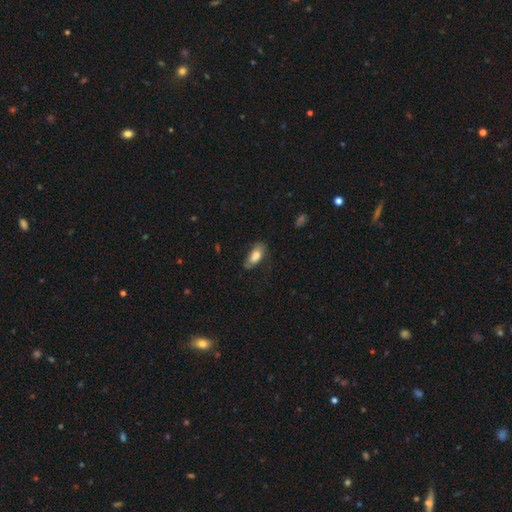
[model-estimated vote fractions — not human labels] Smooth or featured? smooth (77%)
How rounded? in between (86%)
Merging? none (60%)